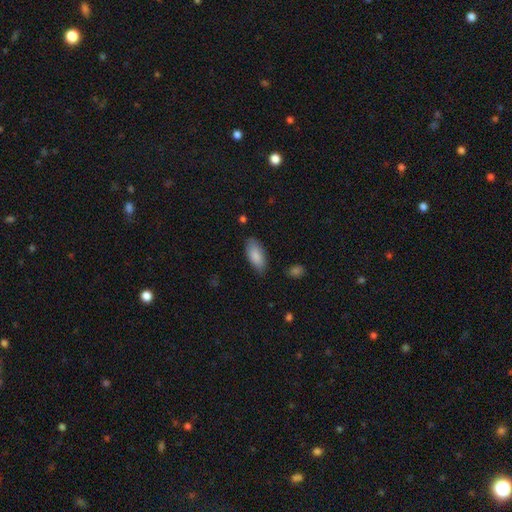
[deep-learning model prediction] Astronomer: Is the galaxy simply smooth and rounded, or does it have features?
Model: smooth — 86%.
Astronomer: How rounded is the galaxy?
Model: in between — 88%.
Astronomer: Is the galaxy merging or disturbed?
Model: none — 81%.